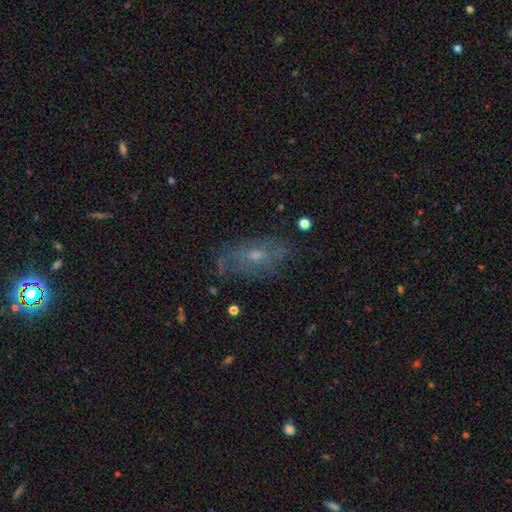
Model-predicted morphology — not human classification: Smooth or featured?
  - featured or disk: 46% *
  - smooth: 41%
  - star or artifact: 13%
Merging?
  - none: 66% *
  - minor disturbance: 22%
  - major disturbance: 10%
  - merger: 2%